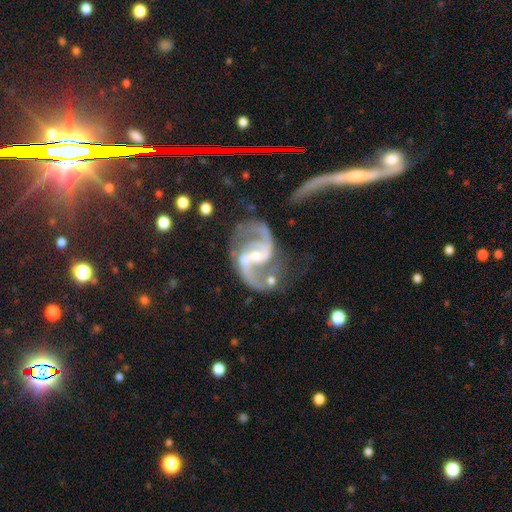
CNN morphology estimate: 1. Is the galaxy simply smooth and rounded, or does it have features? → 93% featured or disk, 5% star or artifact, 3% smooth.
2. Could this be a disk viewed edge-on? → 98% no, 2% yes.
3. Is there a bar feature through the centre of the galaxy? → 42% weak, 30% strong, 27% no.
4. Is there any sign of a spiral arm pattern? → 98% yes, 2% no.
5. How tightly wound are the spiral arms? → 52% medium, 38% loose, 10% tight.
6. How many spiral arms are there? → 94% 2, 1% 3, 1% can't tell, 1% 1, 1% 4, 1% more than 4.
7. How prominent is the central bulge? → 60% small, 34% moderate, 3% none, 2% large, 1% dominant.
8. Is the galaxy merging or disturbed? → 61% none, 18% minor disturbance, 13% major disturbance, 9% merger.